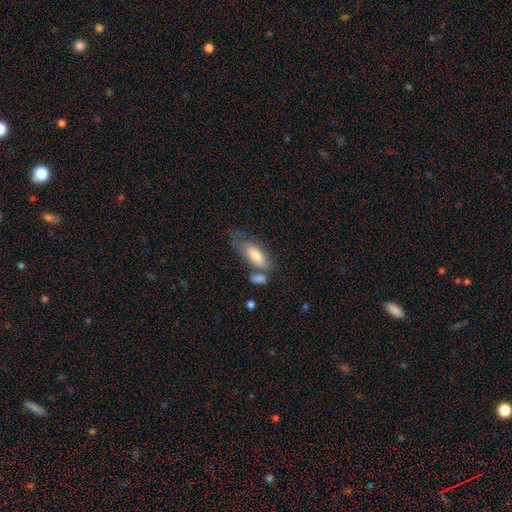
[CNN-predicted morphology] Smooth or featured: smooth — 73% (featured or disk — 20%)
How rounded: in between — 73% (cigar-shaped — 24%)
Merging: none — 40% (minor disturbance — 26%)